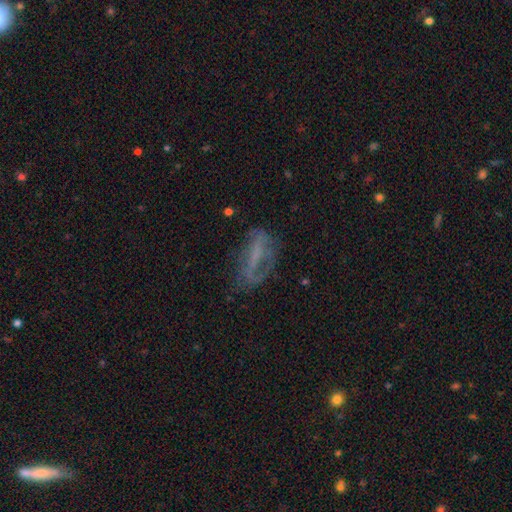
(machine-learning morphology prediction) type=featured or disk (54%); edge-on=no (84%); merging=none (48%).